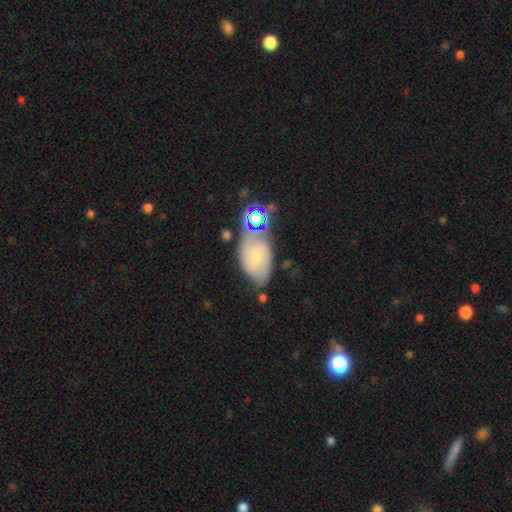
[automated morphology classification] Q: Smooth or featured?
A: featured or disk (68%); runner-up: smooth (21%)
Q: Edge-on disk?
A: no (95%); runner-up: yes (5%)
Q: Bar?
A: no (53%); runner-up: weak (40%)
Q: Spiral arms?
A: yes (90%); runner-up: no (10%)
Q: Spiral winding?
A: tight (48%); runner-up: medium (40%)
Q: Spiral arm count?
A: 2 (71%); runner-up: can't tell (18%)
Q: Bulge size?
A: small (56%); runner-up: moderate (38%)
Q: Merging?
A: none (60%); runner-up: minor disturbance (22%)